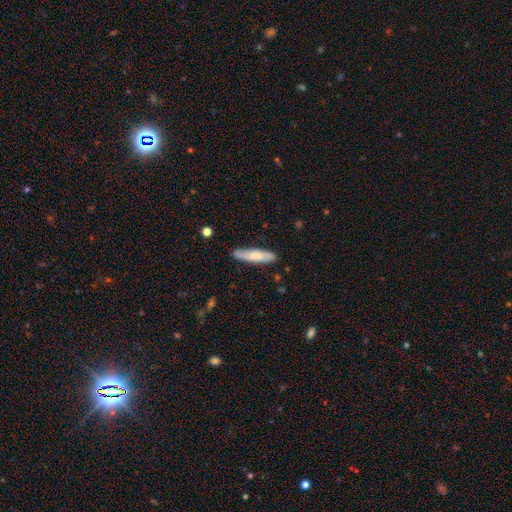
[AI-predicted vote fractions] This appears to be a smooth galaxy with no disk features (69%) that is cigar-shaped (77%). Merging: none (84%).